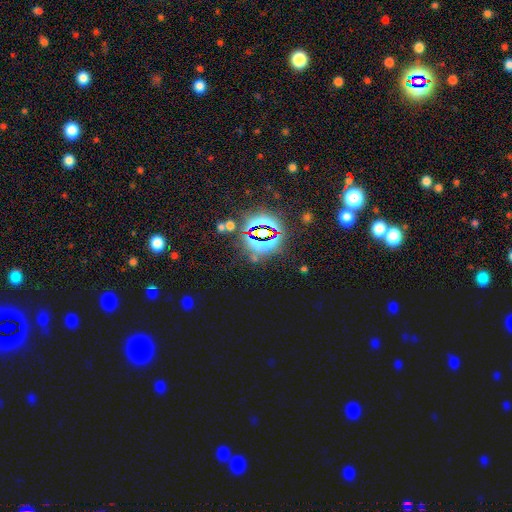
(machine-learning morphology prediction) A star or artifact, not a galaxy (81%).